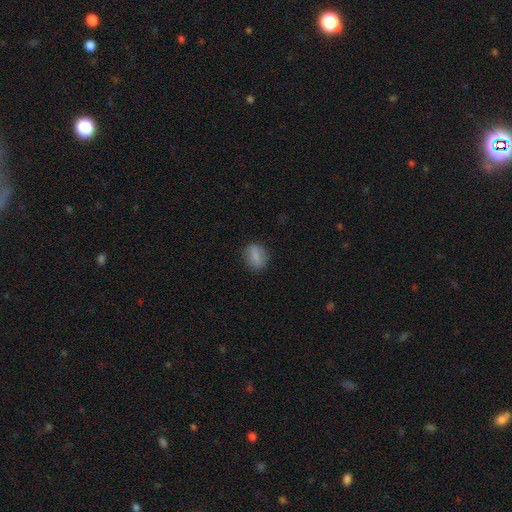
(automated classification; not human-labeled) Q: Smooth or featured?
A: smooth (81%); runner-up: featured or disk (10%)
Q: How rounded?
A: in between (65%); runner-up: round (31%)
Q: Merging?
A: none (83%); runner-up: minor disturbance (12%)